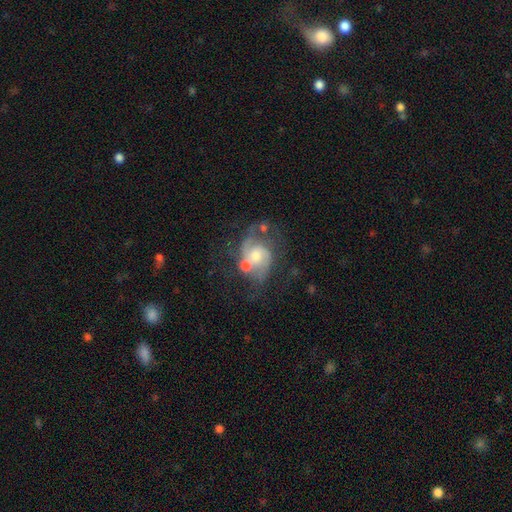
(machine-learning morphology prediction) A featured or disk galaxy (79%) with no bar (63%), 2 (72%) medium (49%) spiral arms (90%) and a moderate central bulge (58%).

Vote fractions:
- Smooth or featured? featured or disk: 79% / smooth: 12% / star or artifact: 8%
- Edge-on disk? no: 98% / yes: 2%
- Bar? no: 63% / weak: 31% / strong: 6%
- Spiral arms? yes: 90% / no: 10%
- Spiral winding? medium: 49% / tight: 29% / loose: 21%
- Spiral arm count? 2: 72% / can't tell: 13% / 1: 6% / 3: 5% / 4: 2% / more than 4: 2%
- Bulge size? moderate: 58% / small: 30% / large: 7% / none: 3% / dominant: 1%
- Merging? none: 49% / minor disturbance: 18% / merger: 17% / major disturbance: 16%